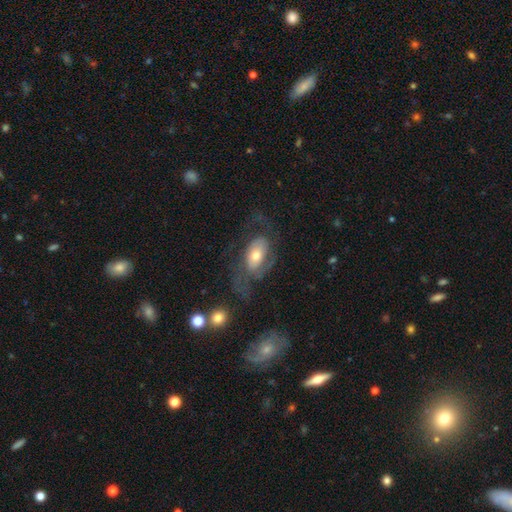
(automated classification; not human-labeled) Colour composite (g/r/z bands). It shows a featured or disk galaxy (55%) with no bar (70%), spiral arms (65%) and a moderate central bulge (61%). Merging: none (42%).